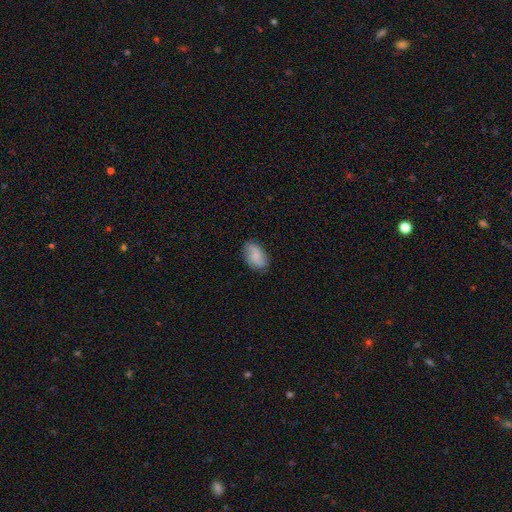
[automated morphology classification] The model was most divided on "smooth or featured": smooth: 53%, featured or disk: 39%, star or artifact: 8%. More confident: how rounded — in between (87%); merging — none (76%).